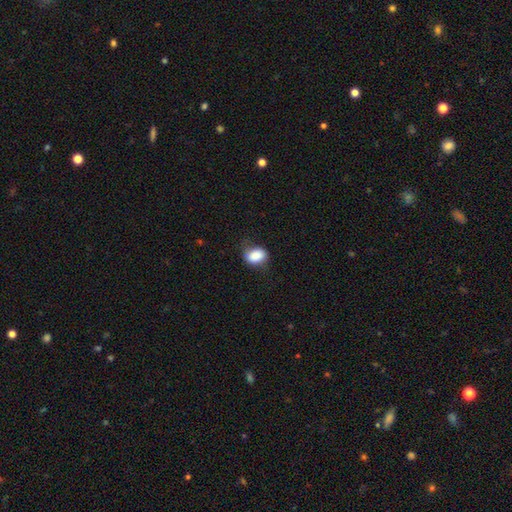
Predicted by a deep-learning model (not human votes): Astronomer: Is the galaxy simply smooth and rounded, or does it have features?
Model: smooth — 86%.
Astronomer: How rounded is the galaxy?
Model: in between — 72%.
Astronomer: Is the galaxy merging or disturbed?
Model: none — 66%.